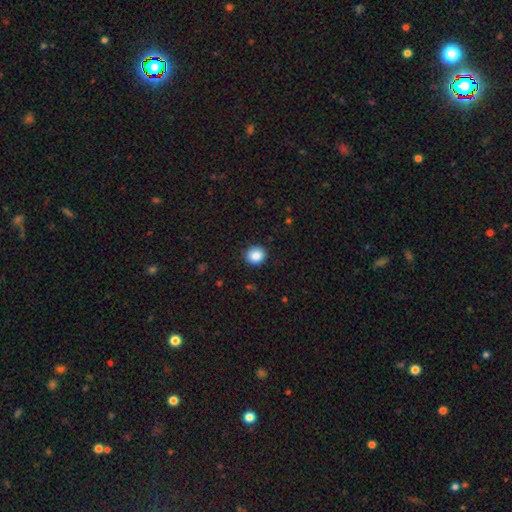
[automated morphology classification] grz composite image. It shows a smooth galaxy with no disk features (87%) that is round (87%). Merging: none (91%).